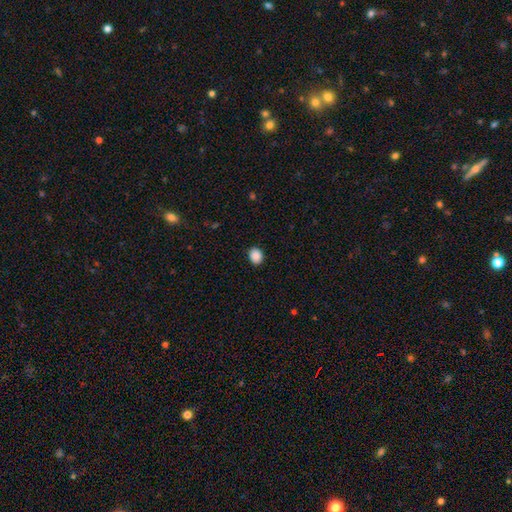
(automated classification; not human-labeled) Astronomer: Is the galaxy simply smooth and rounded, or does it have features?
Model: smooth — 89%.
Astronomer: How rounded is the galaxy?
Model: round — 52% (runner-up: in between, 47%).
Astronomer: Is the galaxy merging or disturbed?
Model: none — 90%.